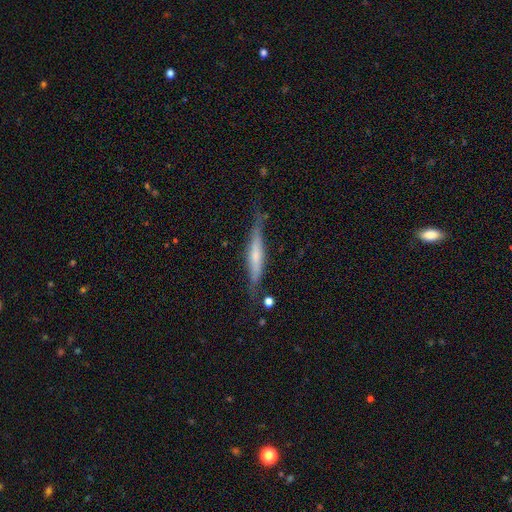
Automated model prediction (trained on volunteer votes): Smooth or featured? Predicted: featured or disk (p=0.58). Edge-on disk? Predicted: yes (p=0.93). Edge-on bulge? Predicted: rounded (p=0.48). Merging? Predicted: none (p=0.73).